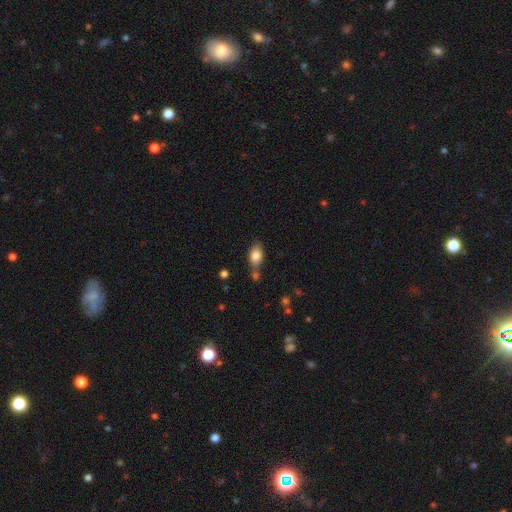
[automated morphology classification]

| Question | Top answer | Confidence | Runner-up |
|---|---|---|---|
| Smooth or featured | smooth | 82% | featured or disk (10%) |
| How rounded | in between | 86% | round (10%) |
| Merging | none | 58% | merger (20%) |